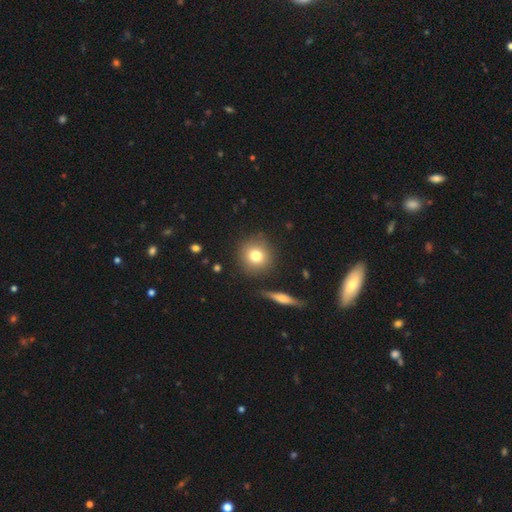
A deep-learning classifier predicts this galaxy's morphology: This is likely a smooth galaxy (76%). How rounded: clearly round (91%). Merging: clearly none (87%).